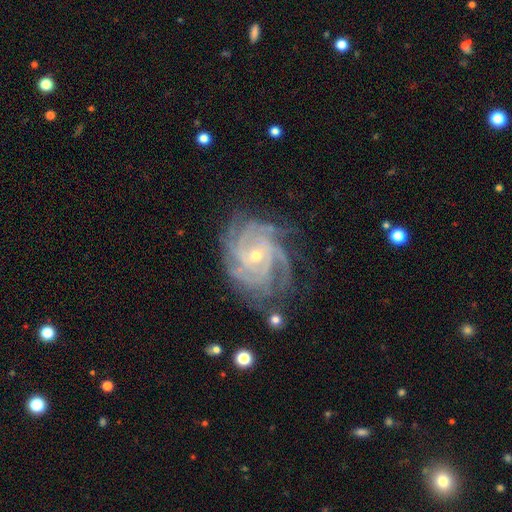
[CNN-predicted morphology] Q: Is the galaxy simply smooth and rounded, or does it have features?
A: featured or disk — 92%.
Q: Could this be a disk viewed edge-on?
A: no — 98%.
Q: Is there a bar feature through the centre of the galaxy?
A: no — 67%.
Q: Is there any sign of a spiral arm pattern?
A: yes — 98%.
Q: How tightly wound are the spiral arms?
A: tight — 72%.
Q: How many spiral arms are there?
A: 4 — 33%.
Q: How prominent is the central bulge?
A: small — 66%.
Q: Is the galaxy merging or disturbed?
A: none — 72%.